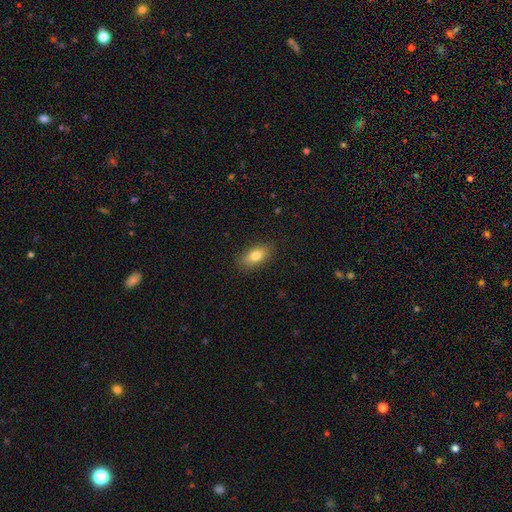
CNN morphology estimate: A smooth galaxy with no disk features (78%) that is in between round and cigar-shaped (86%).

Vote fractions:
- Smooth or featured? smooth: 78% / featured or disk: 14% / star or artifact: 8%
- How rounded? in between: 86% / cigar-shaped: 8% / round: 6%
- Merging? none: 87% / minor disturbance: 9% / major disturbance: 2% / merger: 1%